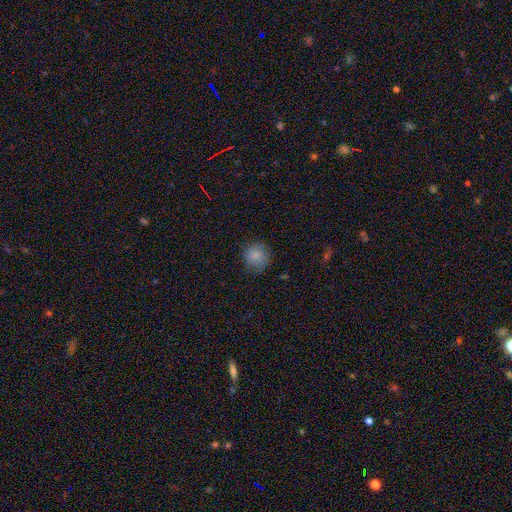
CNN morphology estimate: Smooth or featured?
  - smooth: 82% *
  - featured or disk: 9%
  - star or artifact: 9%
How rounded?
  - round: 88% *
  - in between: 11%
  - cigar-shaped: 1%
Merging?
  - none: 75% *
  - minor disturbance: 19%
  - major disturbance: 5%
  - merger: 1%